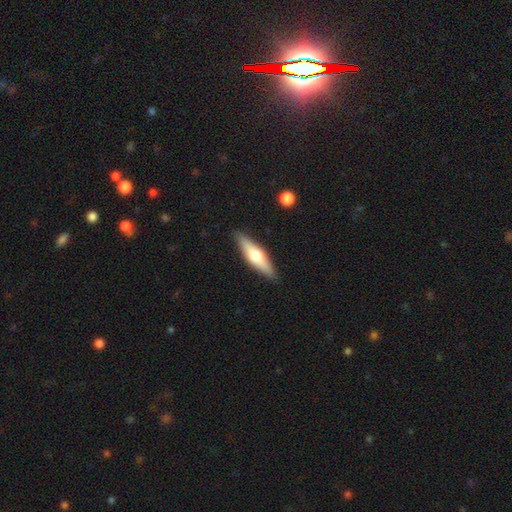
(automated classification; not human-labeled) Smooth or featured? featured or disk (49%)
Merging? none (89%)